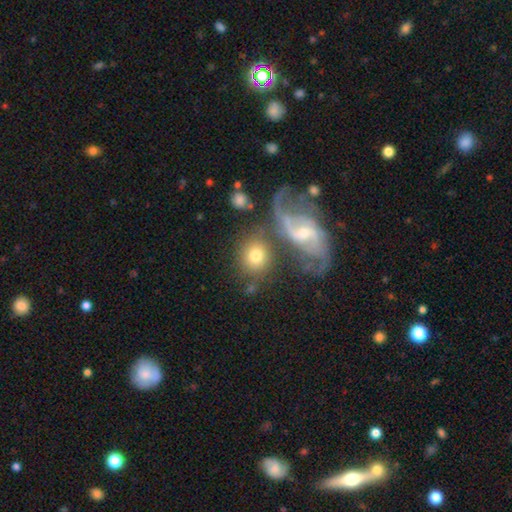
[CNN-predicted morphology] This appears to be a smooth galaxy with no disk features (61%) that is round (78%). Merging: none (53%).